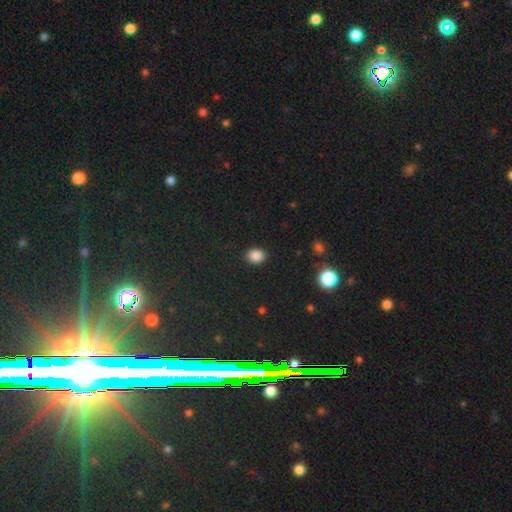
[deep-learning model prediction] A smooth galaxy with no disk features (86%) that is in between round and cigar-shaped (58%). Merging: none (88%).